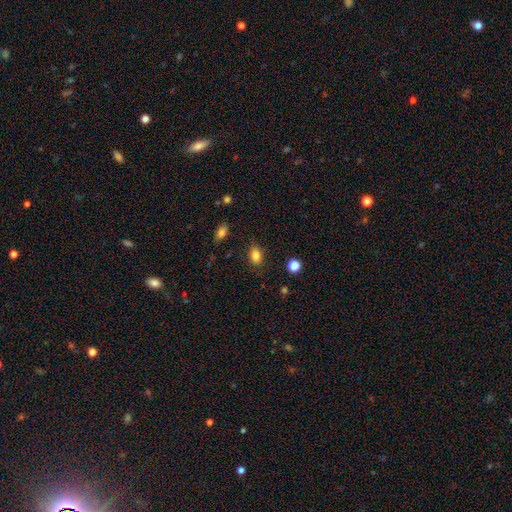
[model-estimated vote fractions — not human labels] This appears to be a smooth galaxy with no disk features (85%) that is in between round and cigar-shaped (78%). Merging: none (80%).